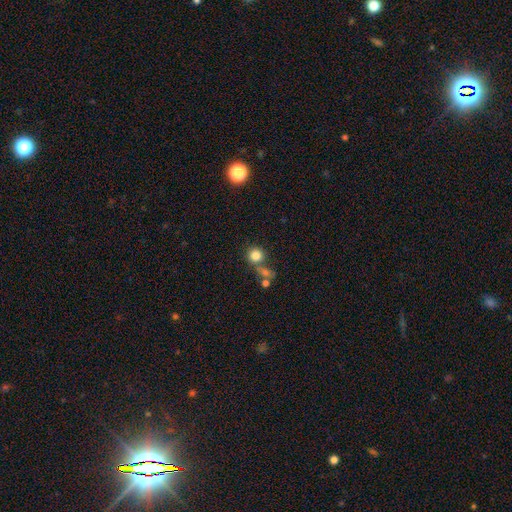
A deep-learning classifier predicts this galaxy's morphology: This appears to be a smooth galaxy with no disk features (81%) that is round (87%). Merging: none (52%).